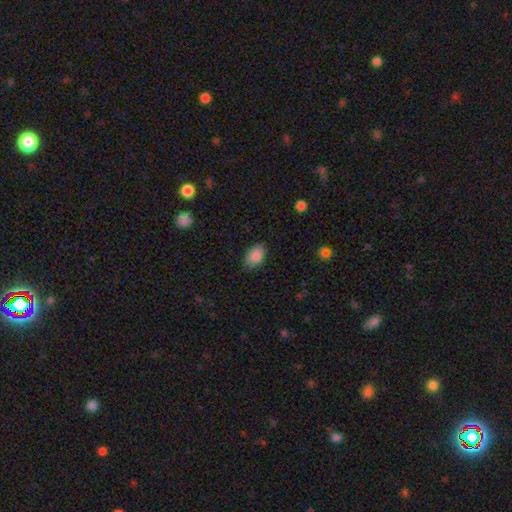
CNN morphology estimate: A smooth galaxy with no disk features (87%) that is in between round and cigar-shaped (87%).

Vote fractions:
- Smooth or featured? smooth: 87% / star or artifact: 7% / featured or disk: 6%
- How rounded? in between: 87% / round: 11% / cigar-shaped: 1%
- Merging? none: 77% / minor disturbance: 18% / major disturbance: 3% / merger: 1%